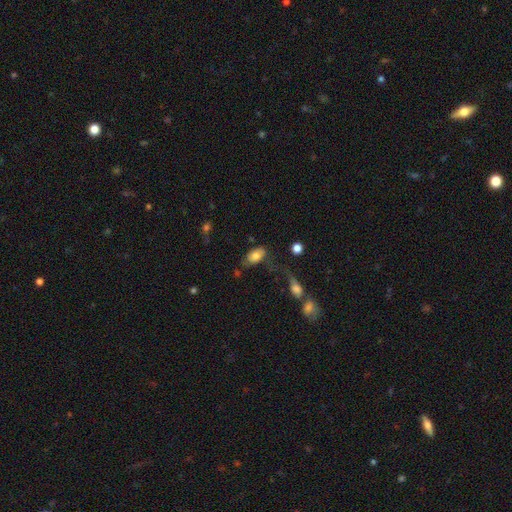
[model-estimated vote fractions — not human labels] Morphology: type=smooth (77%); roundness=in between (91%); merging=none (46%).